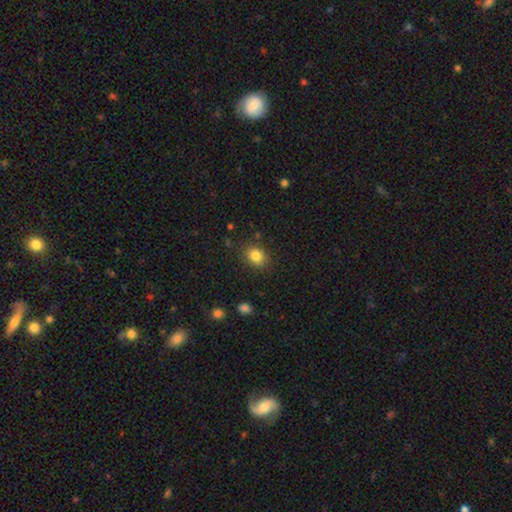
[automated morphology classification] type=smooth (84%); roundness=round (52%); merging=none (84%).